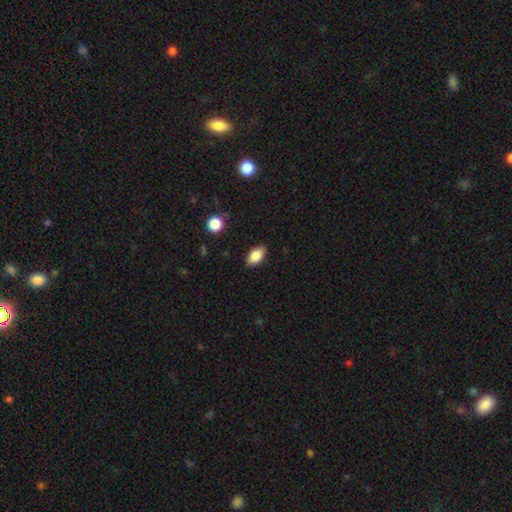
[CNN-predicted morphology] smooth_or_featured: smooth (p=0.84) [alt: featured or disk p=0.08]
how_rounded: in between (p=0.91) [alt: round p=0.05]
merging: none (p=0.86) [alt: minor disturbance p=0.11]